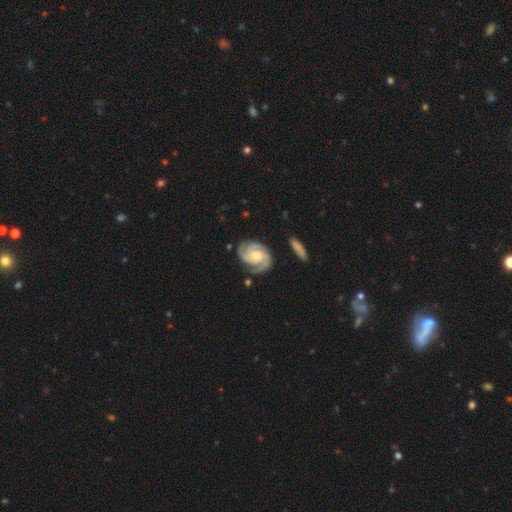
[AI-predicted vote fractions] A featured or disk galaxy (89%) with no bar (65%), 3 (42%) tight (62%) spiral arms (98%) and a small central bulge (47%).

Vote fractions:
- Smooth or featured? featured or disk: 89% / smooth: 6% / star or artifact: 4%
- Edge-on disk? no: 98% / yes: 2%
- Bar? no: 65% / weak: 28% / strong: 7%
- Spiral arms? yes: 98% / no: 2%
- Spiral winding? tight: 62% / medium: 33% / loose: 5%
- Spiral arm count? 3: 42% / 2: 33% / 4: 9% / can't tell: 9% / 1: 4% / more than 4: 4%
- Bulge size? small: 47% / moderate: 43% / none: 5% / large: 4% / dominant: 1%
- Merging? none: 75% / minor disturbance: 17% / major disturbance: 6% / merger: 2%